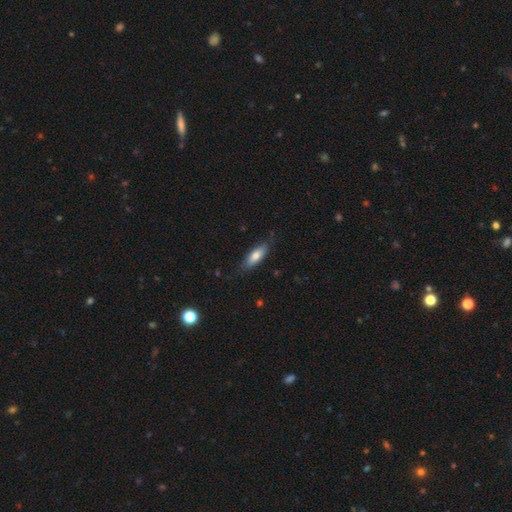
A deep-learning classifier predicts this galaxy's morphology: The model was most divided on "how rounded": in between: 60%, cigar-shaped: 38%, round: 2%. More confident: merging — none (79%); smooth or featured — smooth (75%).